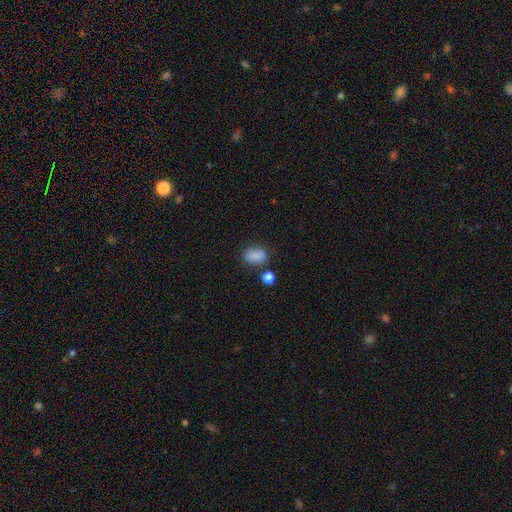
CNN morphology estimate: Overall: smooth (82%). How rounded: in between (78%). Merging: none (69%).